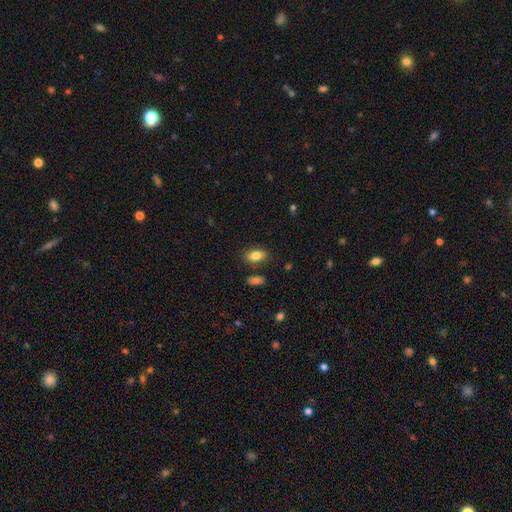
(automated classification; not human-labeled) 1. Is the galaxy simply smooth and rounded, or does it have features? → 83% smooth, 9% featured or disk, 8% star or artifact.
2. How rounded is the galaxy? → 89% in between, 8% round, 3% cigar-shaped.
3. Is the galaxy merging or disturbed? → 82% none, 11% minor disturbance, 4% merger, 3% major disturbance.